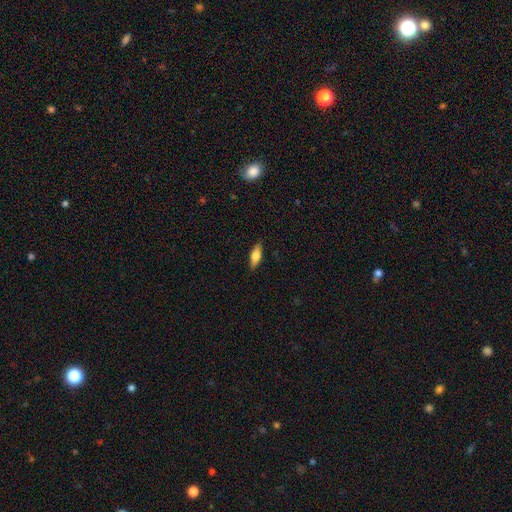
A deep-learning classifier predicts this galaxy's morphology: Smooth or featured?
  - smooth: 56% *
  - featured or disk: 38%
  - star or artifact: 7%
How rounded?
  - in between: 58% *
  - cigar-shaped: 39%
  - round: 3%
Merging?
  - none: 88% *
  - minor disturbance: 9%
  - major disturbance: 2%
  - merger: 1%